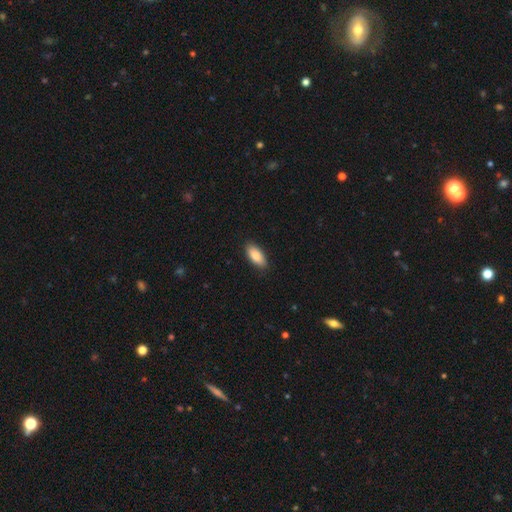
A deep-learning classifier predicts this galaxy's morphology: A smooth galaxy with no disk features (87%) that is in between round and cigar-shaped (87%).

Vote fractions:
- Smooth or featured? smooth: 87% / featured or disk: 7% / star or artifact: 6%
- How rounded? in between: 87% / cigar-shaped: 11% / round: 2%
- Merging? none: 88% / minor disturbance: 9% / major disturbance: 2% / merger: 1%